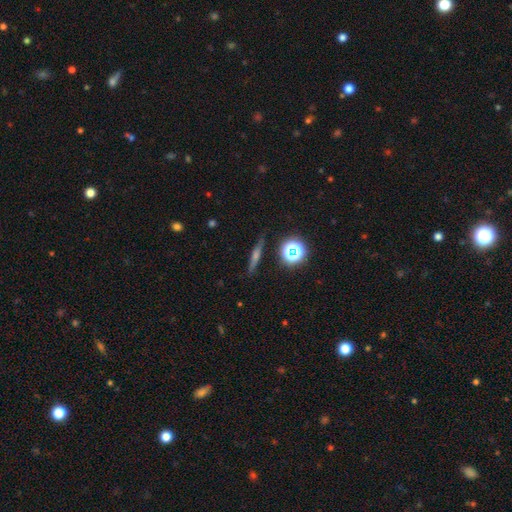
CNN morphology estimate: Q: Smooth or featured?
A: featured or disk (53%); runner-up: smooth (28%)
Q: Edge-on disk?
A: yes (94%); runner-up: no (6%)
Q: Merging?
A: none (88%); runner-up: minor disturbance (8%)